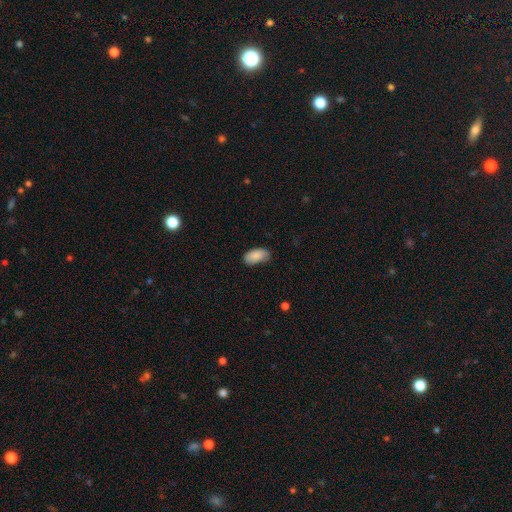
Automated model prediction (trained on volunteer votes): smooth-or-featured: smooth: 87% | star or artifact: 7% | featured or disk: 6%
  how-rounded: in between: 95% | cigar-shaped: 3% | round: 3%
  merging: none: 68% | minor disturbance: 26% | major disturbance: 5% | merger: 1%